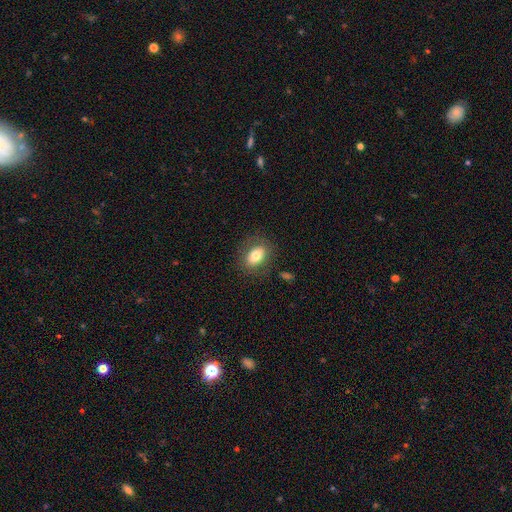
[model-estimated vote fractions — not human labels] This appears to be a smooth galaxy with no disk features (74%) that is in between round and cigar-shaped (79%). Merging: none (81%).